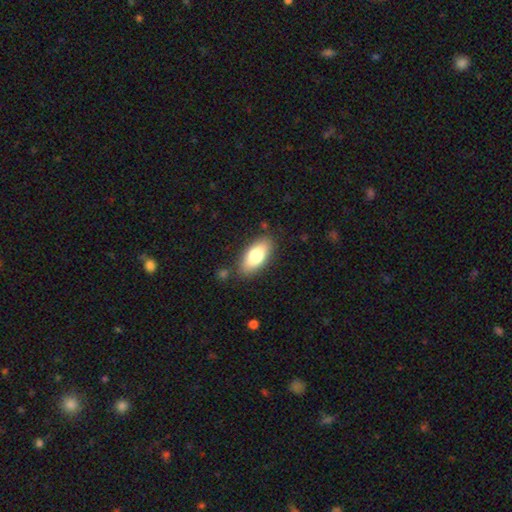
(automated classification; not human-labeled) smooth_or_featured: smooth (p=0.76) [alt: featured or disk p=0.17]
how_rounded: in between (p=0.87) [alt: cigar-shaped p=0.10]
merging: none (p=0.84) [alt: minor disturbance p=0.11]